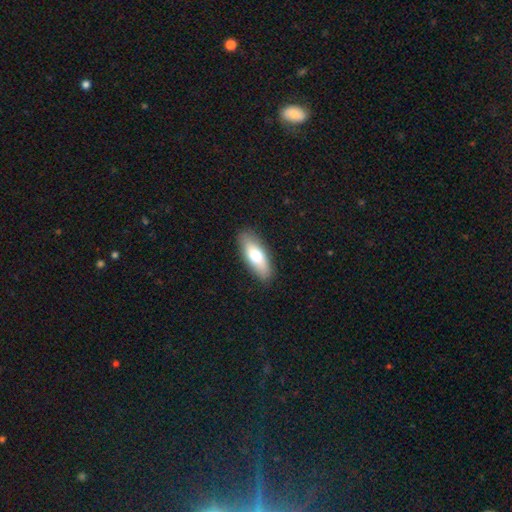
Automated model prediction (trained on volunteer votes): This is likely a smooth galaxy (71%). How rounded: likely in between (71%). Merging: clearly none (88%).